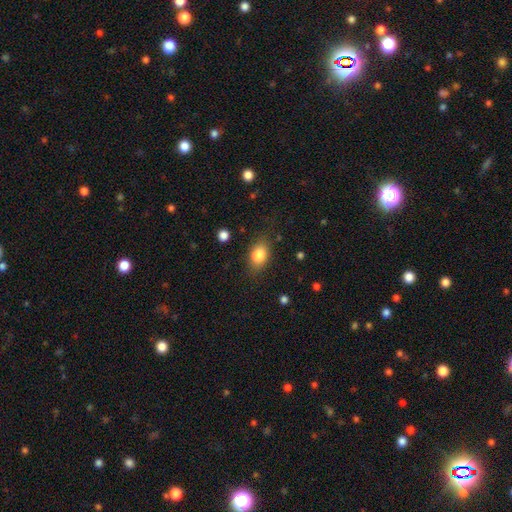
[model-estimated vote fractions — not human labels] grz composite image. It shows a smooth galaxy with no disk features (83%) that is in between round and cigar-shaped (77%). Merging: none (76%).